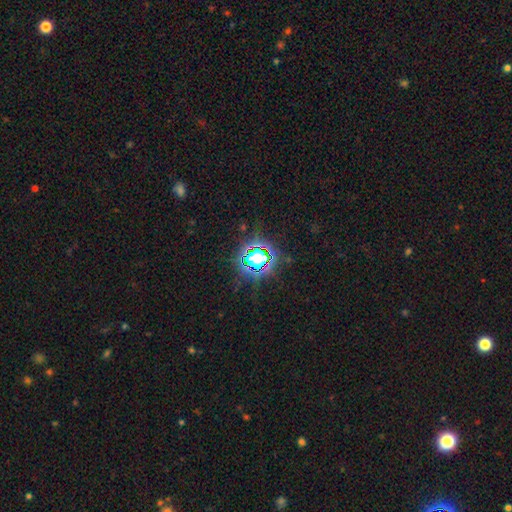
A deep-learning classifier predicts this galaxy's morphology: Smooth or featured? star or artifact (82%)